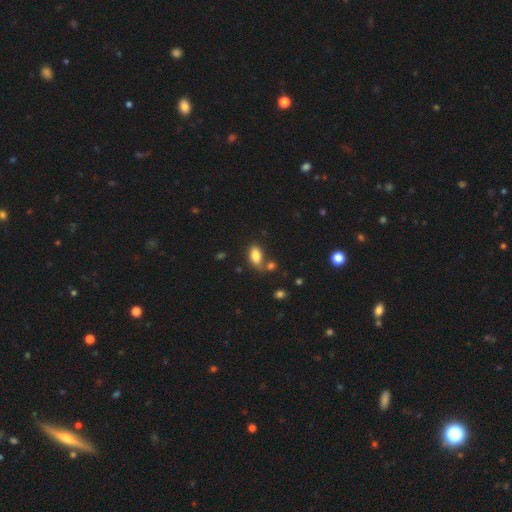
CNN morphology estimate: A smooth galaxy with no disk features (83%) that is in between round and cigar-shaped (90%). Merging: none (57%).